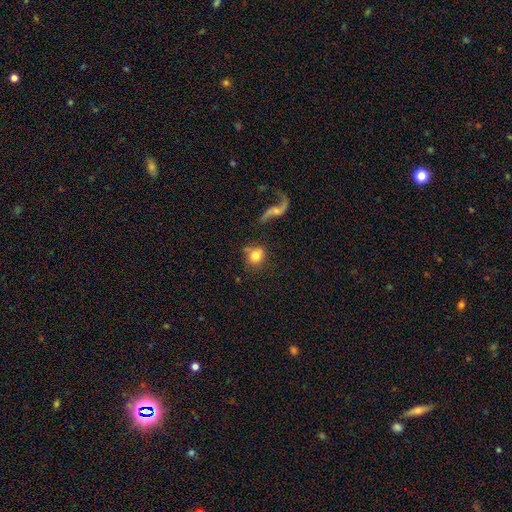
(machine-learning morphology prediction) This appears to be a smooth galaxy with no disk features (75%) that is round (74%). Merging: none (65%).